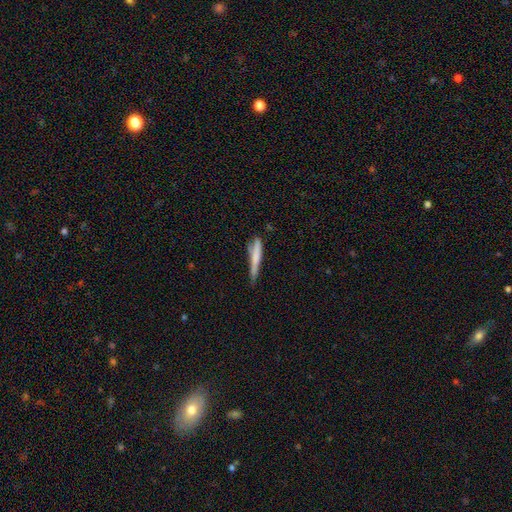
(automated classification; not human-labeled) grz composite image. It shows a smooth galaxy with no disk features (67%) that is cigar-shaped (93%). Merging: none (58%).